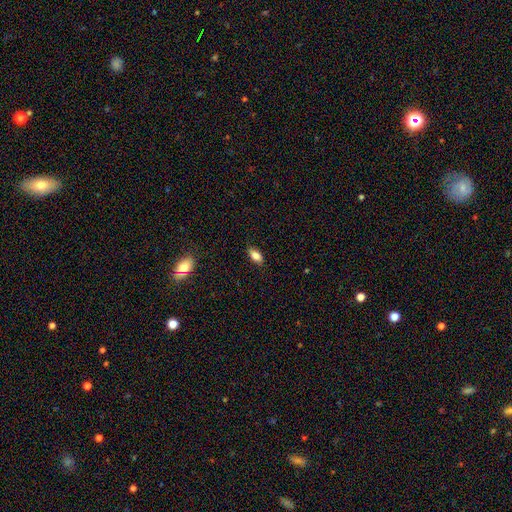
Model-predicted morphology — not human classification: Smooth or featured? Predicted: smooth (p=0.81). How rounded? Predicted: in between (p=0.87). Merging? Predicted: none (p=0.84).